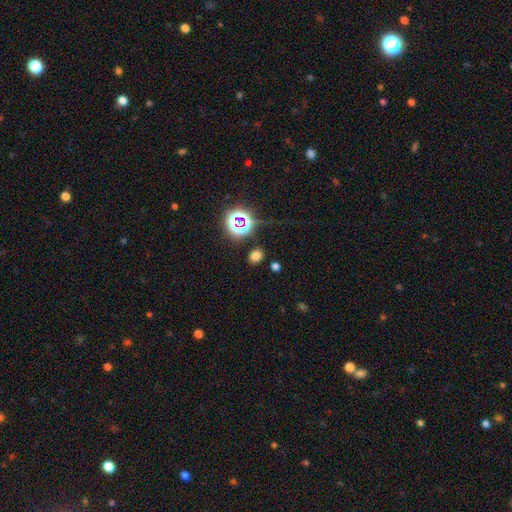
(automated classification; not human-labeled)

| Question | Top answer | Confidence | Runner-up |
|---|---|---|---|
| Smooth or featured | smooth | 67% | star or artifact (27%) |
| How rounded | round | 54% | in between (45%) |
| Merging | none | 85% | minor disturbance (9%) |